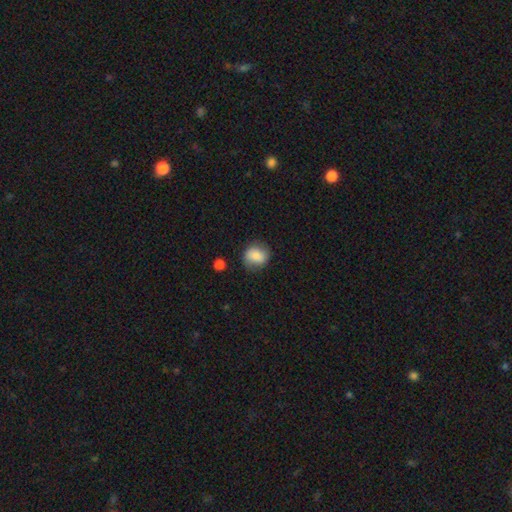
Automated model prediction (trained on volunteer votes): This appears to be a smooth galaxy with no disk features (79%) that is round (72%). Merging: none (75%).